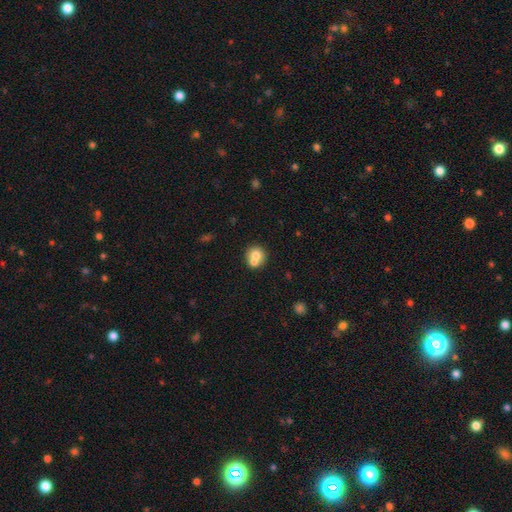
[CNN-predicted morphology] This is likely a smooth galaxy (70%). How rounded: clearly round (85%). Merging: possibly merger (49%).